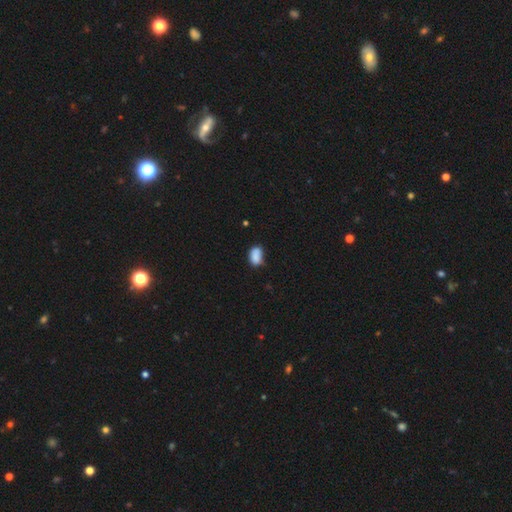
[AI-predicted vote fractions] smooth_or_featured: smooth (p=0.85) [alt: star or artifact p=0.09]
how_rounded: in between (p=0.84) [alt: round p=0.14]
merging: none (p=0.55) [alt: minor disturbance p=0.32]